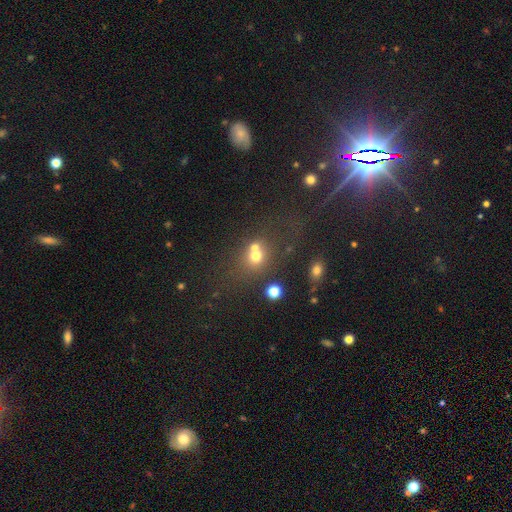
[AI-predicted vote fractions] A smooth galaxy with no disk features (63%) that is round (72%). Merging: none (43%).